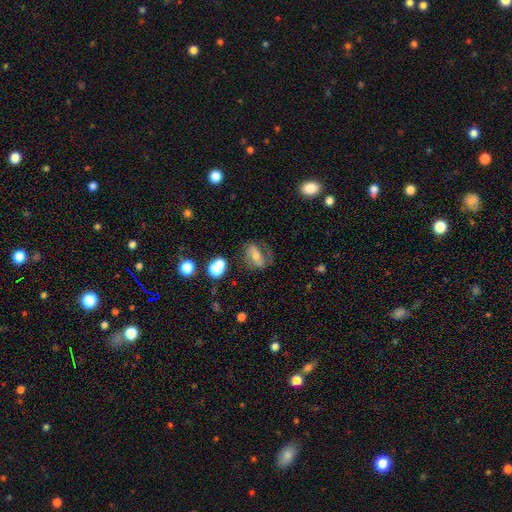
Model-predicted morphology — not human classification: Smooth or featured?
  - featured or disk: 47% *
  - smooth: 42%
  - star or artifact: 12%
Merging?
  - none: 55% *
  - minor disturbance: 22%
  - major disturbance: 19%
  - merger: 4%